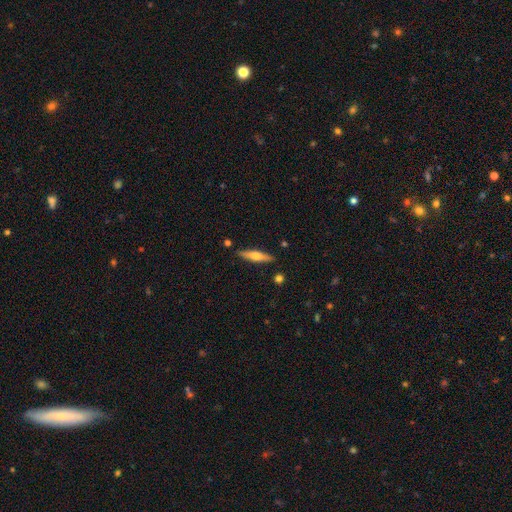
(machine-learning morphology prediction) Q: Smooth or featured?
A: featured or disk (52%); runner-up: smooth (42%)
Q: Edge-on disk?
A: yes (94%); runner-up: no (6%)
Q: Merging?
A: none (87%); runner-up: minor disturbance (9%)